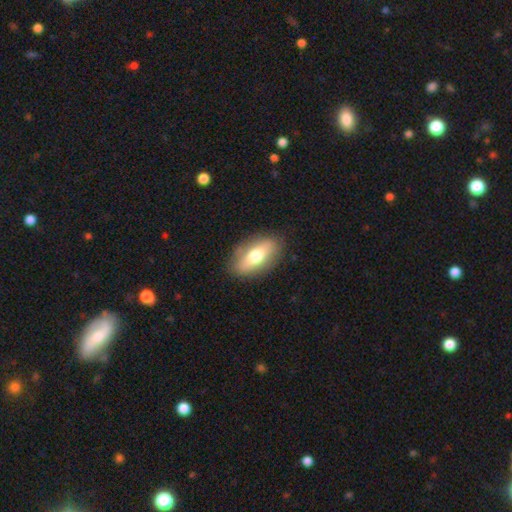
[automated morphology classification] type=smooth (66%); roundness=in between (86%); merging=none (82%).